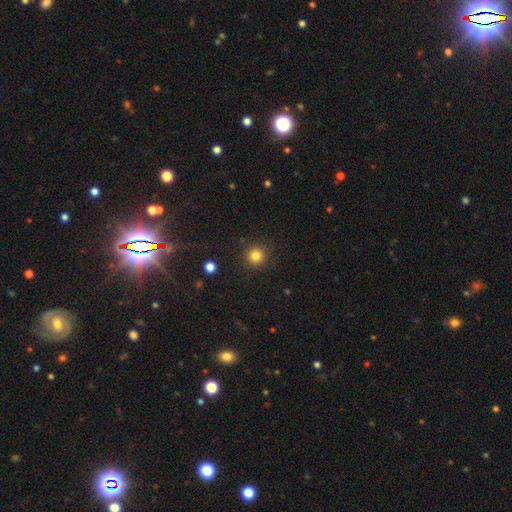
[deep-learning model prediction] The model was most divided on "smooth or featured": smooth: 83%, star or artifact: 12%, featured or disk: 5%. More confident: how rounded — round (95%); merging — none (91%).